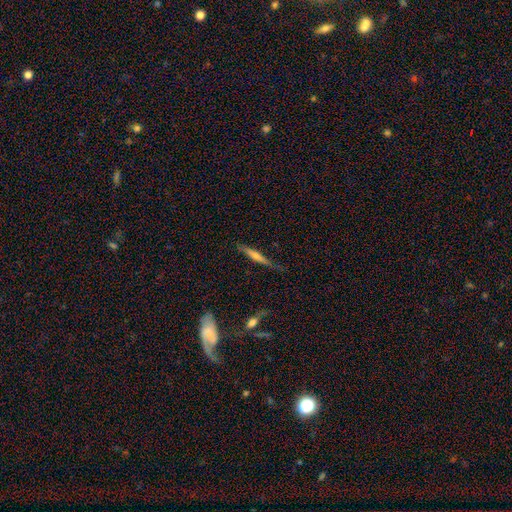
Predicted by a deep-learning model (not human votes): This is possibly a featured or disk galaxy (58%). It is clearly viewed edge-on (95%). Edge-on bulge: likely rounded (63%). Merging: likely none (78%).